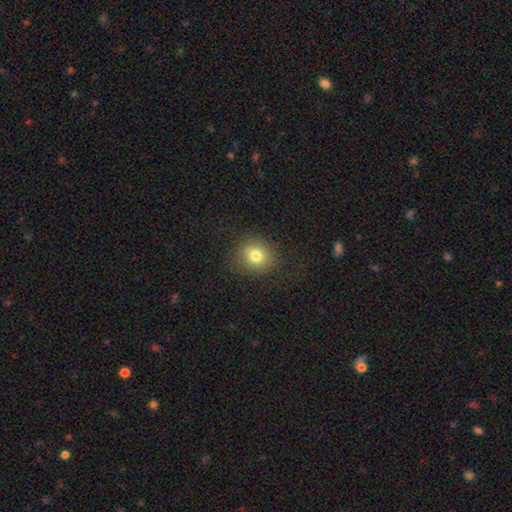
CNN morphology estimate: smooth_or_featured: smooth (p=0.78) [alt: star or artifact p=0.13]
how_rounded: round (p=0.82) [alt: in between p=0.17]
merging: none (p=0.82) [alt: minor disturbance p=0.12]